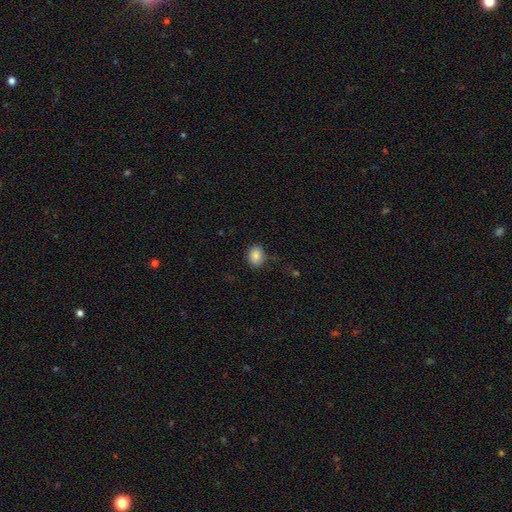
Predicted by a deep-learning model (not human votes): Q: Smooth or featured?
A: smooth (86%); runner-up: star or artifact (9%)
Q: How rounded?
A: in between (51%); runner-up: round (49%)
Q: Merging?
A: none (80%); runner-up: minor disturbance (15%)